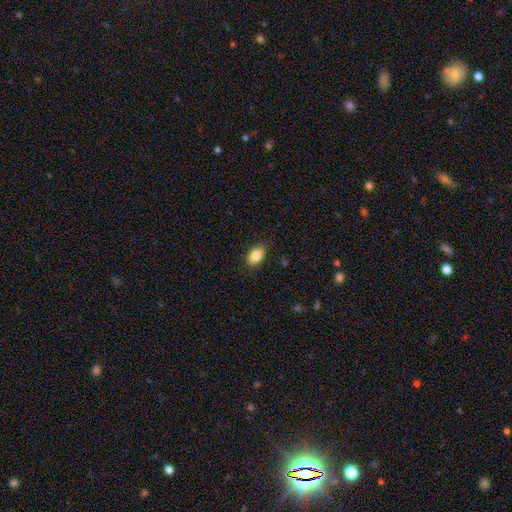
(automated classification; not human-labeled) This appears to be a smooth galaxy with no disk features (84%) that is in between round and cigar-shaped (85%). Merging: none (85%).